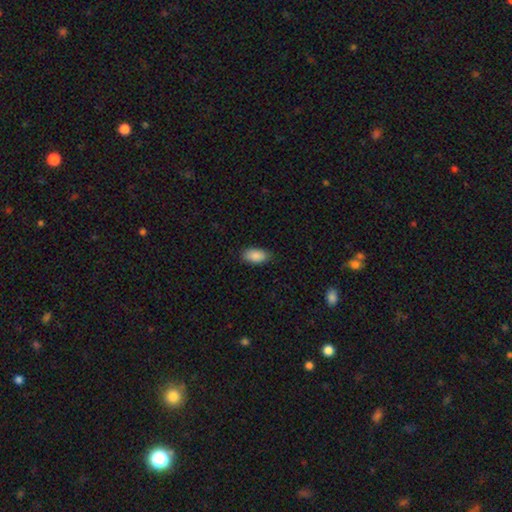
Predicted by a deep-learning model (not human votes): Smooth or featured?
  - smooth: 89% *
  - star or artifact: 7%
  - featured or disk: 4%
How rounded?
  - in between: 94% *
  - cigar-shaped: 3%
  - round: 3%
Merging?
  - none: 85% *
  - minor disturbance: 12%
  - major disturbance: 2%
  - merger: 1%